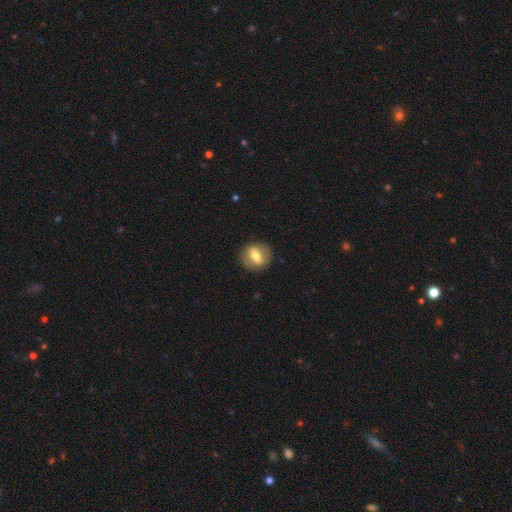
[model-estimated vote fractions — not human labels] smooth_or_featured: smooth (p=0.55) [alt: featured or disk p=0.38]
how_rounded: round (p=0.68) [alt: in between p=0.29]
merging: none (p=0.86) [alt: minor disturbance p=0.10]